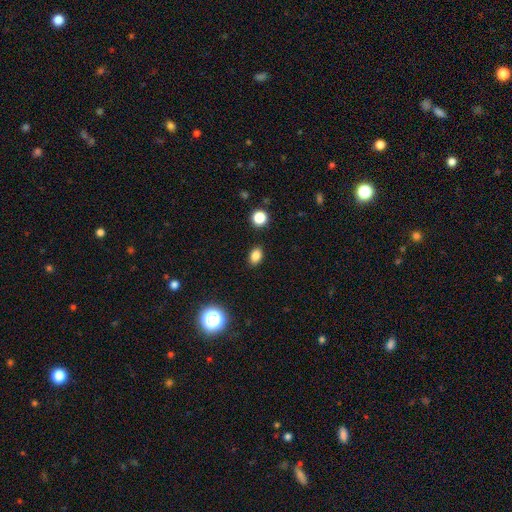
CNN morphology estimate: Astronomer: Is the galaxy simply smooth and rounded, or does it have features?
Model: smooth — 83%.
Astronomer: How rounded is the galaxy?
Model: in between — 76%.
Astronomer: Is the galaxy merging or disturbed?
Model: none — 88%.